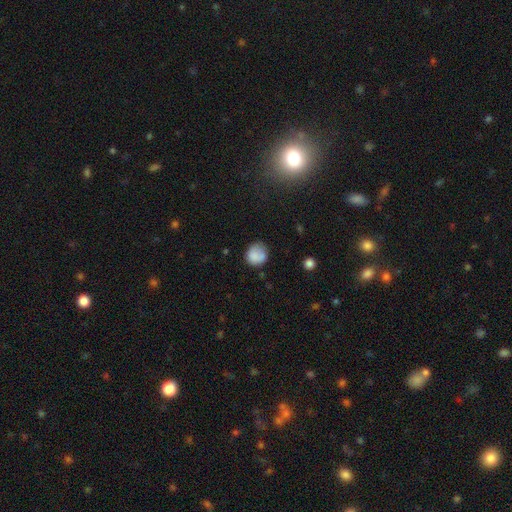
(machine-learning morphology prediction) smooth_or_featured: smooth (p=0.83) [alt: star or artifact p=0.09]
how_rounded: round (p=0.83) [alt: in between p=0.16]
merging: none (p=0.66) [alt: minor disturbance p=0.24]